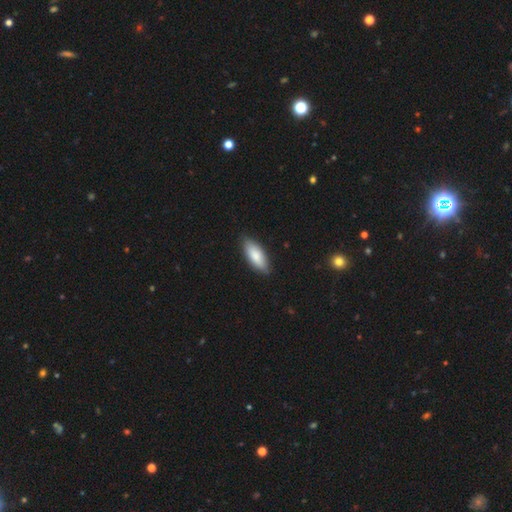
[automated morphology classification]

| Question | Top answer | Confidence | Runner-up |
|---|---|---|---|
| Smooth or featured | smooth | 82% | featured or disk (13%) |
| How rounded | in between | 78% | cigar-shaped (21%) |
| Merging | none | 84% | minor disturbance (13%) |